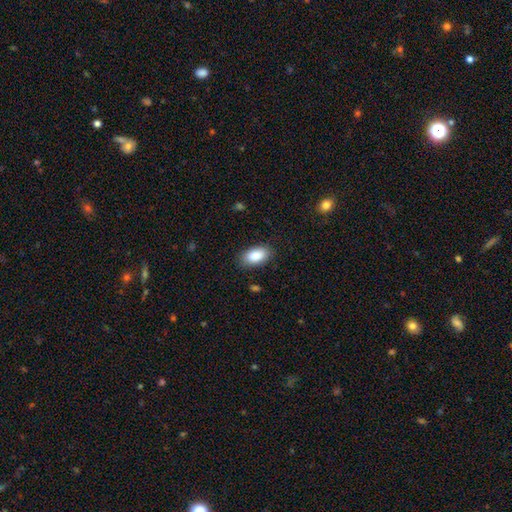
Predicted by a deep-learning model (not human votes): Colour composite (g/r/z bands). It shows a smooth galaxy with no disk features (89%) that is in between round and cigar-shaped (94%). Merging: none (85%).